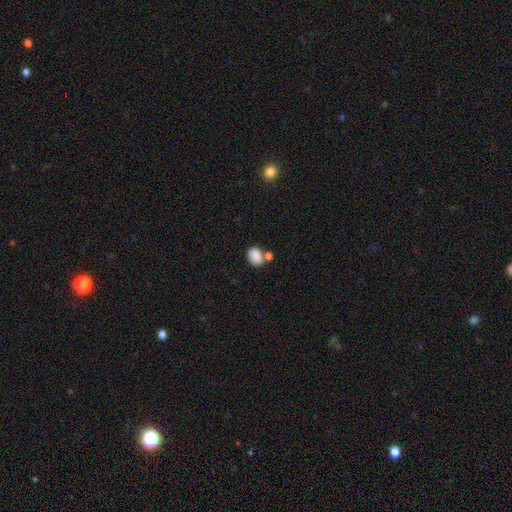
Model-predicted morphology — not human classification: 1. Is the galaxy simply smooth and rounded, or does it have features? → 85% smooth, 8% star or artifact, 7% featured or disk.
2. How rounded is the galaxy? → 66% in between, 33% round, 1% cigar-shaped.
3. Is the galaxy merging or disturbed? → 48% none, 34% merger, 13% minor disturbance, 5% major disturbance.